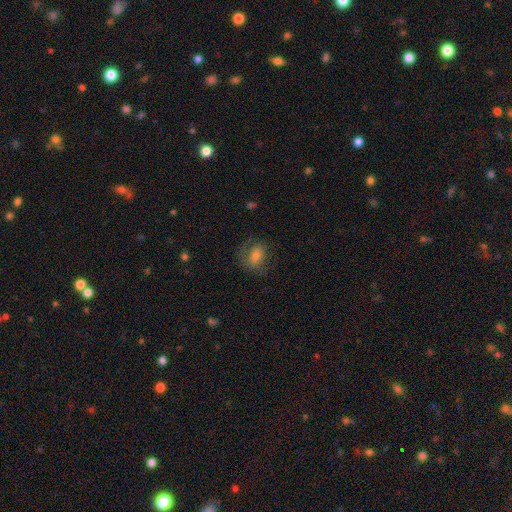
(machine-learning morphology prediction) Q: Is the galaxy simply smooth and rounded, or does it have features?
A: smooth — 55%.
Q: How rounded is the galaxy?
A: in between — 69%.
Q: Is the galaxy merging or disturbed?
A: none — 61%.